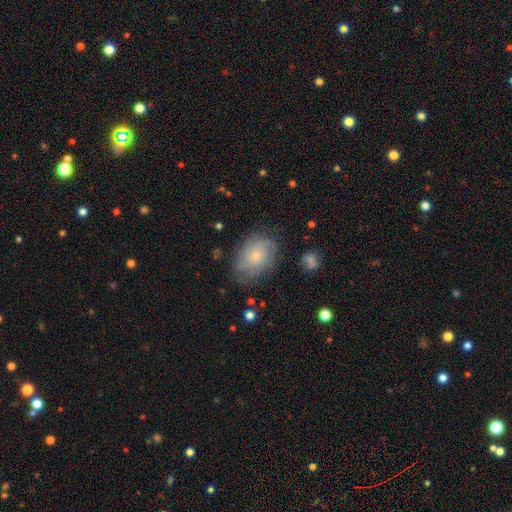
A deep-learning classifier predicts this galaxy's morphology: smooth 55%, featured or disk 37%, star or artifact 9%. Down the decision tree: how rounded — in between (75%); merging — none (70%).